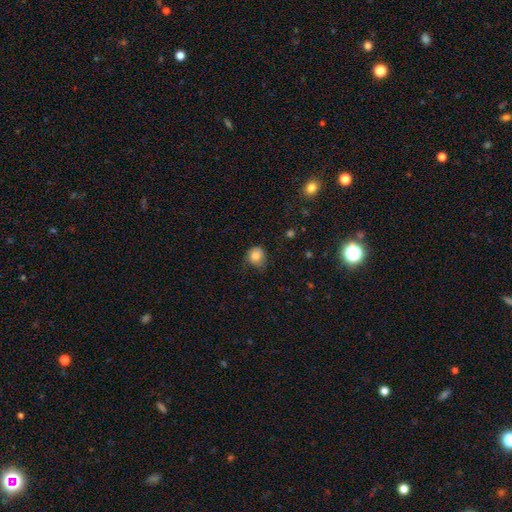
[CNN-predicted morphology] A smooth galaxy with no disk features (82%) that is round (81%).

Vote fractions:
- Smooth or featured? smooth: 82% / star or artifact: 10% / featured or disk: 8%
- How rounded? round: 81% / in between: 19% / cigar-shaped: 1%
- Merging? none: 60% / minor disturbance: 30% / major disturbance: 9% / merger: 1%